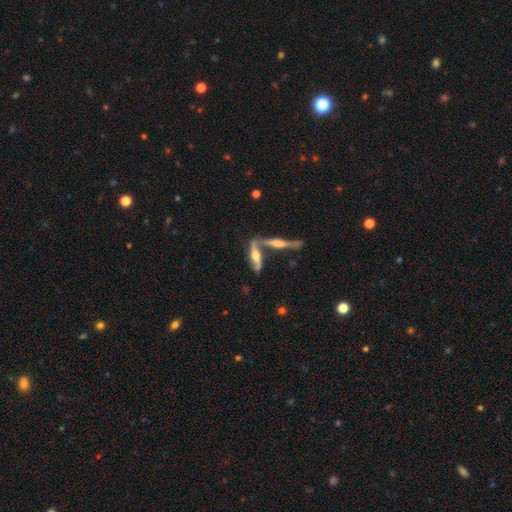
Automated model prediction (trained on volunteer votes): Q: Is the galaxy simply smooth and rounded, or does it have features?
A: featured or disk — 70%.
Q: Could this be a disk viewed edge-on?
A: yes — 71%.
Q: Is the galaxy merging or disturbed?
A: merger — 42%.